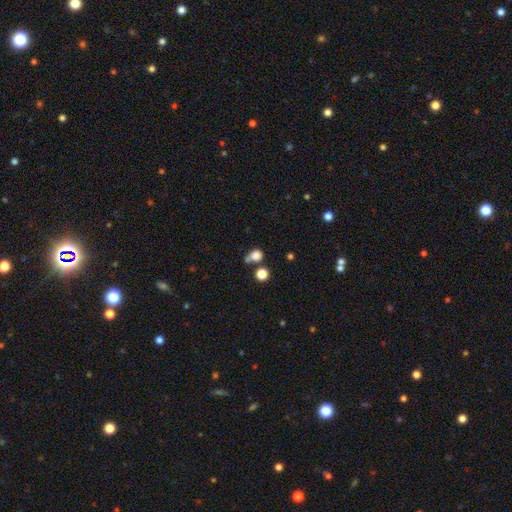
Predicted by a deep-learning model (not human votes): Smooth or featured? Predicted: smooth (p=0.80). How rounded? Predicted: round (p=0.75). Merging? Predicted: none (p=0.46).